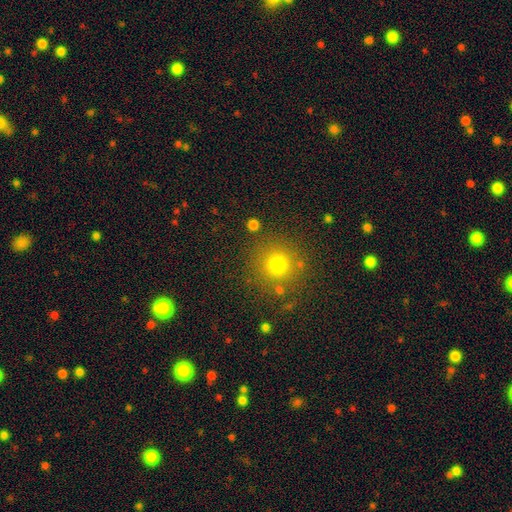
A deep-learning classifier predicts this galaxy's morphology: Smooth or featured? smooth (55%)
How rounded? round (95%)
Merging? none (88%)